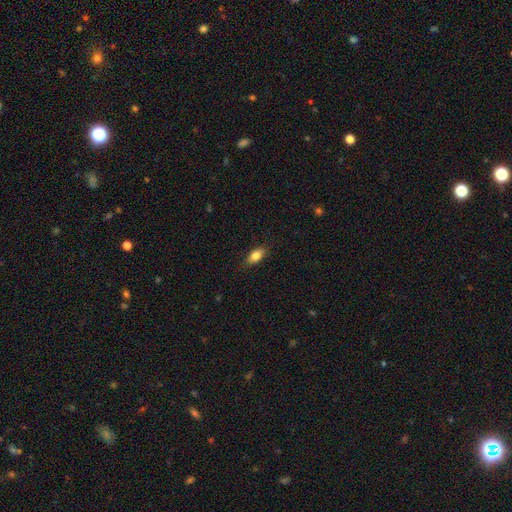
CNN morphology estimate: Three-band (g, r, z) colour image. It shows a smooth galaxy with no disk features (81%) that is in between round and cigar-shaped (85%). Merging: none (84%).